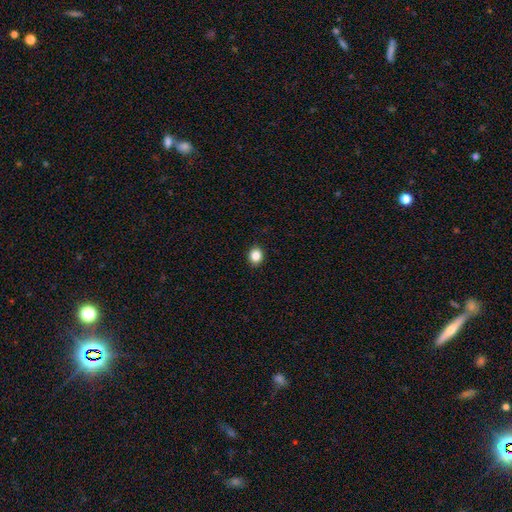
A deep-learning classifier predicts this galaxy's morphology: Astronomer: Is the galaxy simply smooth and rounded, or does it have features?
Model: smooth — 86%.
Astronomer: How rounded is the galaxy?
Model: round — 65%.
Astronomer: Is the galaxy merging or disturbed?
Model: none — 92%.